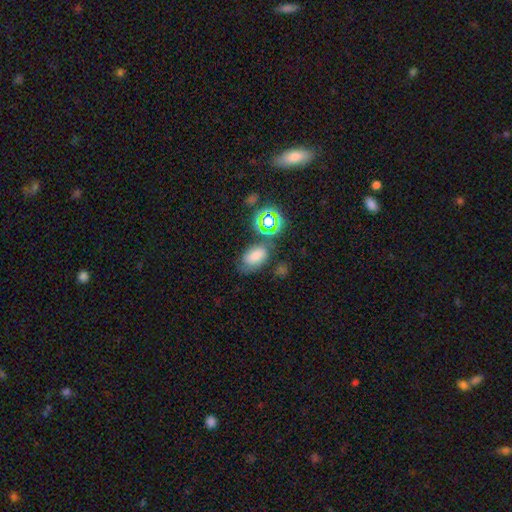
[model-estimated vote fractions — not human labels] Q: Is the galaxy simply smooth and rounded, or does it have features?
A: smooth — 63%.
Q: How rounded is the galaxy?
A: in between — 84%.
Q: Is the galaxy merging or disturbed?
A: none — 60%.